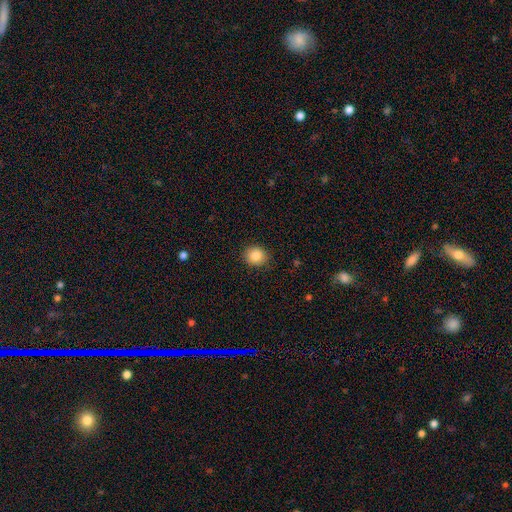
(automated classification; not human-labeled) smooth_or_featured: smooth (p=0.85) [alt: star or artifact p=0.10]
how_rounded: round (p=0.77) [alt: in between p=0.22]
merging: none (p=0.88) [alt: minor disturbance p=0.09]